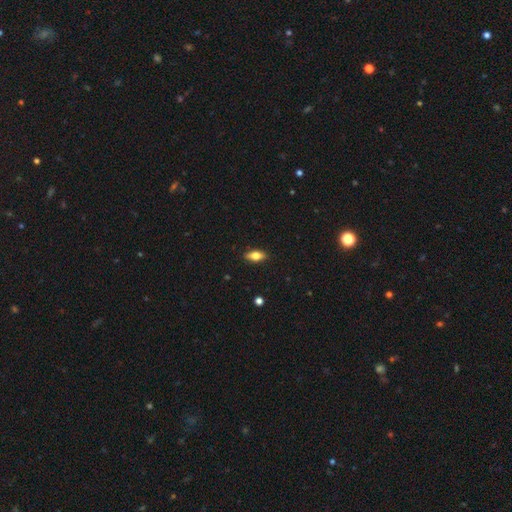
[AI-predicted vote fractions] Smooth or featured? smooth (70%)
How rounded? in between (82%)
Merging? none (88%)